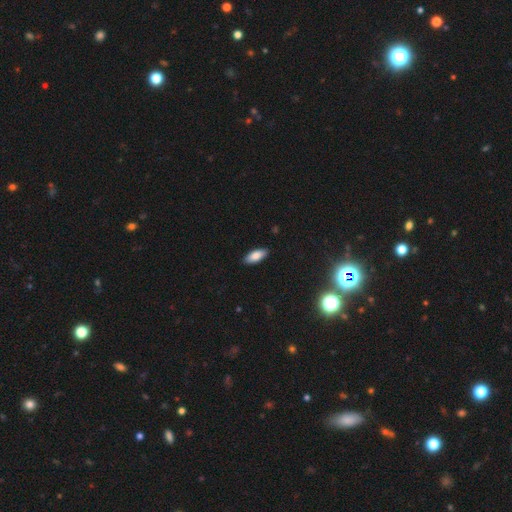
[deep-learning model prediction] Q: Smooth or featured?
A: smooth (82%); runner-up: featured or disk (10%)
Q: How rounded?
A: in between (81%); runner-up: cigar-shaped (17%)
Q: Merging?
A: none (88%); runner-up: minor disturbance (9%)